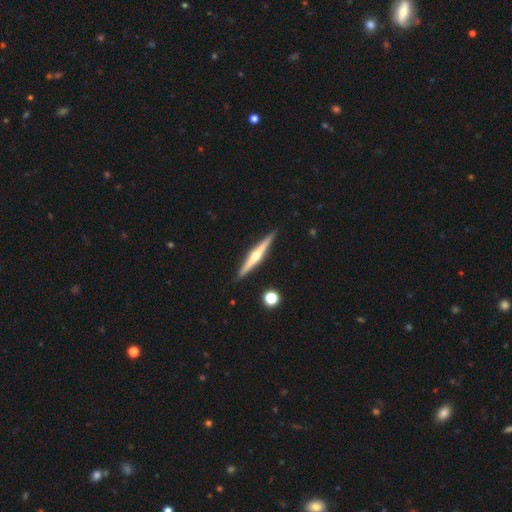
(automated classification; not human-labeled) The model was most divided on "smooth or featured": featured or disk: 75%, smooth: 19%, star or artifact: 5%. More confident: edge-on disk — yes (98%); merging — none (91%); edge-on bulge — rounded (91%).